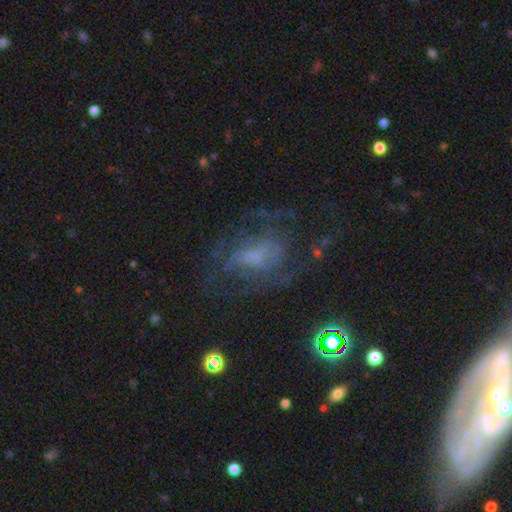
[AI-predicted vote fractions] The model was most divided on "spiral winding": medium: 43%, tight: 35%, loose: 22%. Remaining: edge-on disk — no (96%); spiral arms — yes (77%); smooth or featured — featured or disk (67%); merging — none (57%); bar — no (54%); spiral arm count — can't tell (46%); bulge size — none (38%).